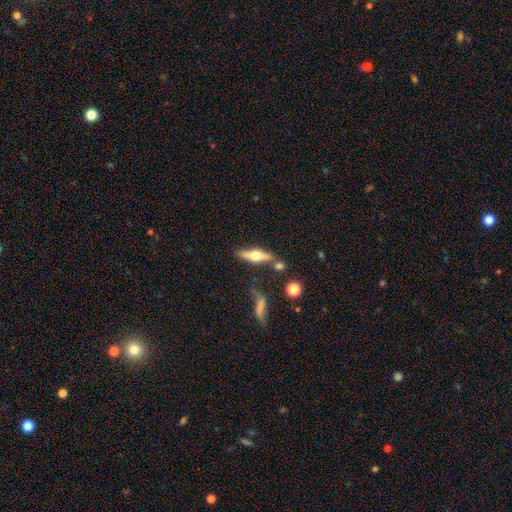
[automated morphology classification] This appears to be a featured or disk galaxy (61%) viewed edge-on (93%) with a rounded central bulge (95%). Merging: none (71%).